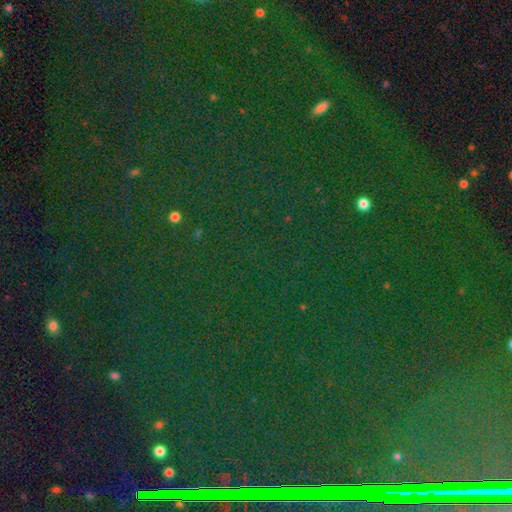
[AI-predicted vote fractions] smooth-or-featured: star or artifact: 78% | smooth: 12% | featured or disk: 10%